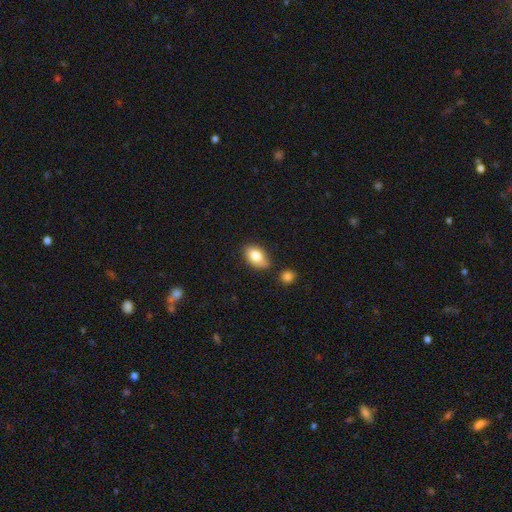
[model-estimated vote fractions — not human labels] A smooth galaxy with no disk features (82%) that is in between round and cigar-shaped (89%). Merging: none (71%).